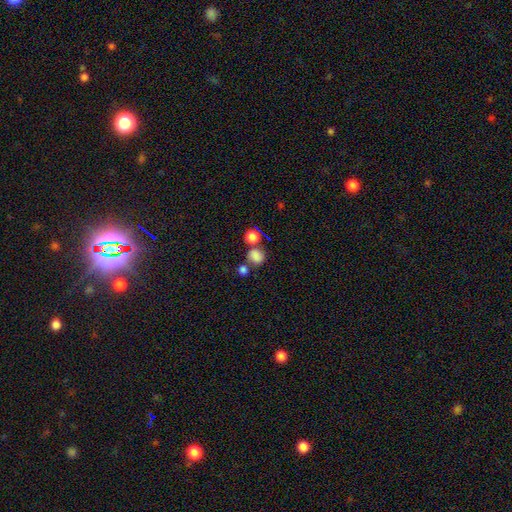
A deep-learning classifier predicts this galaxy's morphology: Smooth or featured: smooth — 80% (star or artifact — 13%)
How rounded: round — 78% (in between — 21%)
Merging: none — 57% (merger — 26%)